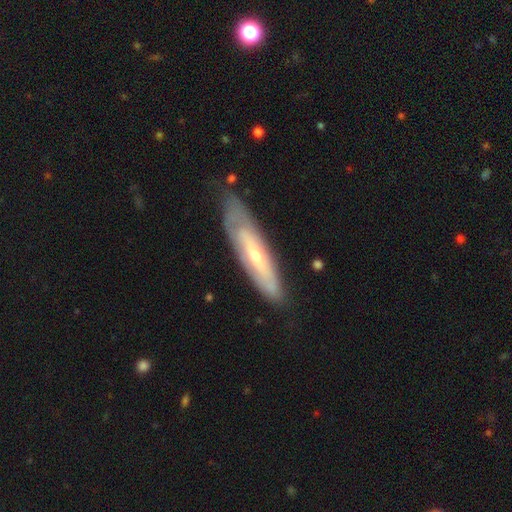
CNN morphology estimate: smooth_or_featured: featured or disk (p=0.65) [alt: smooth p=0.28]
disk_edge_on: no (p=0.60) [alt: yes p=0.40]
merging: none (p=0.71) [alt: minor disturbance p=0.21]